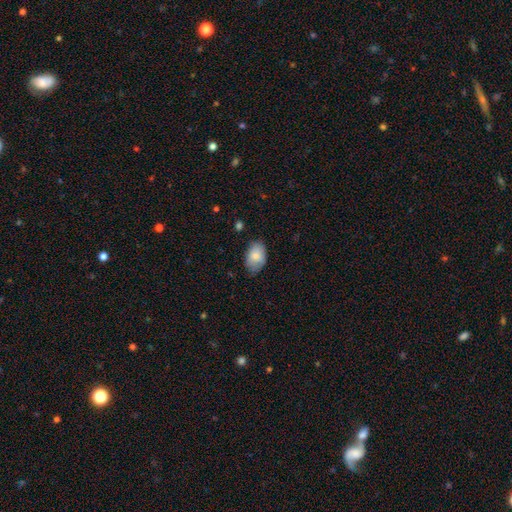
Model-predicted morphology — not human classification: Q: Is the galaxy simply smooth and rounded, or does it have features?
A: smooth — 83%.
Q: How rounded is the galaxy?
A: in between — 89%.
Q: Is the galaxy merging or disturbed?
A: none — 69%.